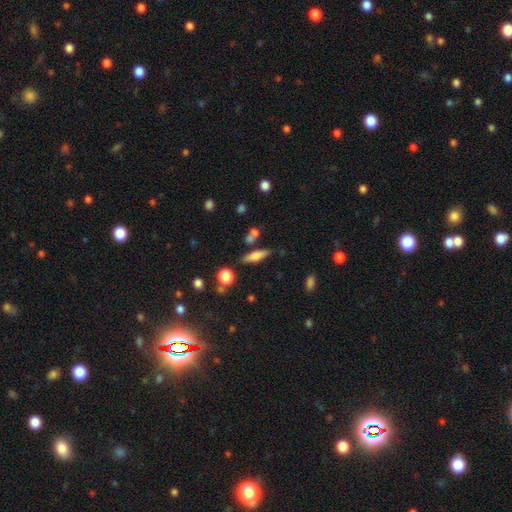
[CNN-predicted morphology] type=smooth (65%); roundness=cigar-shaped (56%); merging=none (70%).